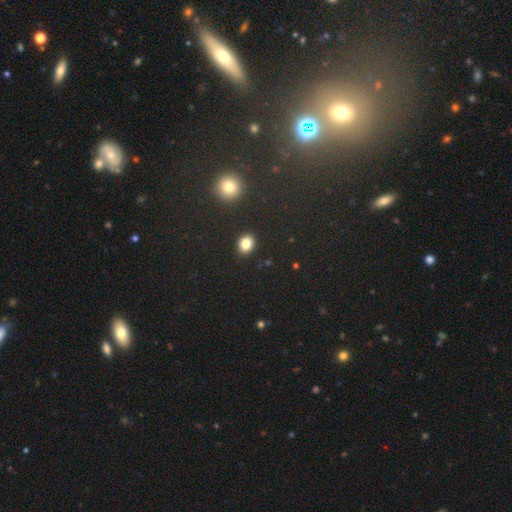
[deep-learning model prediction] Overall: star or artifact (56%; smooth 32%).